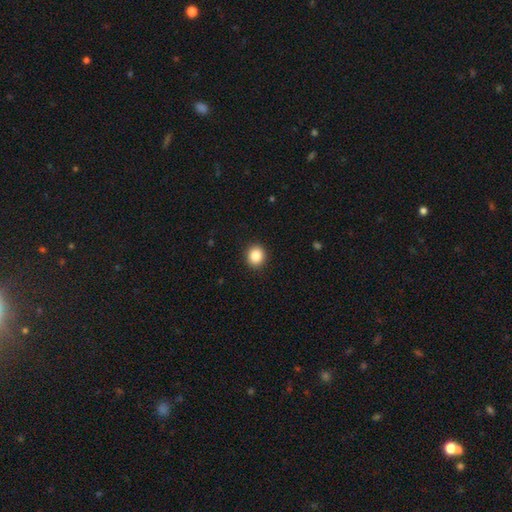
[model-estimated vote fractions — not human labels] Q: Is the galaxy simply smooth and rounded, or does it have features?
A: smooth — 86%.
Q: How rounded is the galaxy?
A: round — 84%.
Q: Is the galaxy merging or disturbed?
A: none — 92%.